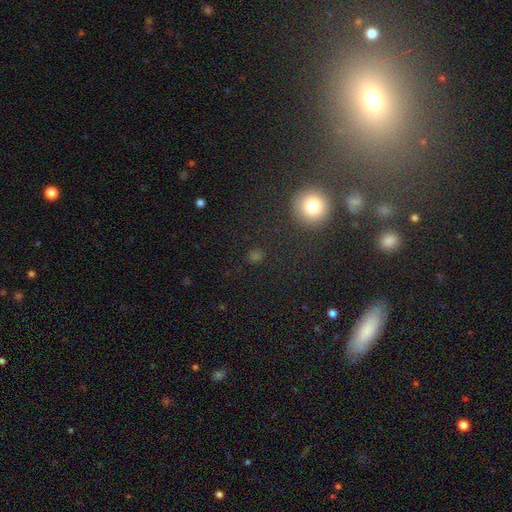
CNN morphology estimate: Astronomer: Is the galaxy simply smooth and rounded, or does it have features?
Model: smooth — 57%.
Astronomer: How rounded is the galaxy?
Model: round — 89%.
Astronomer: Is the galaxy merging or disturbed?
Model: none — 82%.